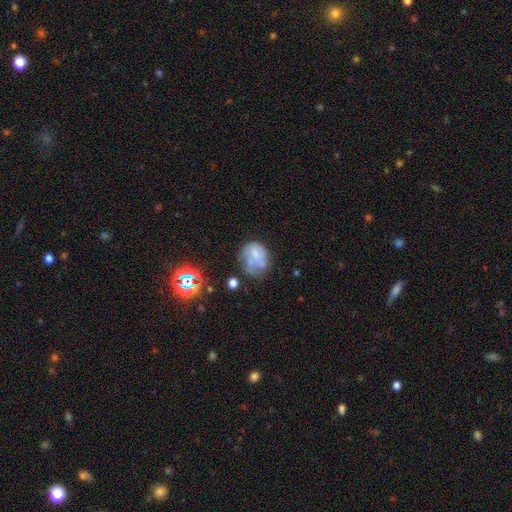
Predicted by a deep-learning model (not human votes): This is possibly a smooth galaxy (53%). How rounded: possibly round (51%). Merging: marginally none (34%).